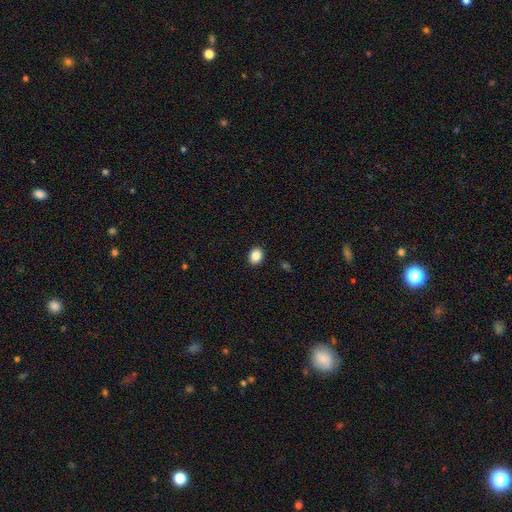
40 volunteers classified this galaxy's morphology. This appears to be a smooth galaxy with no disk features (95%) that is round (58%). Merging: none (97%).